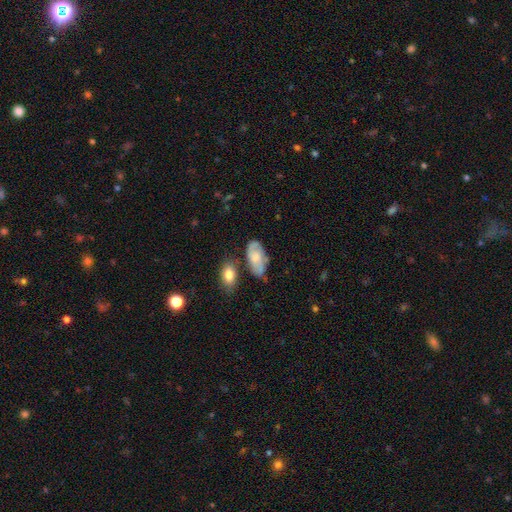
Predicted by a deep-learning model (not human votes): This appears to be a smooth galaxy with no disk features (48%). Merging: none (54%).